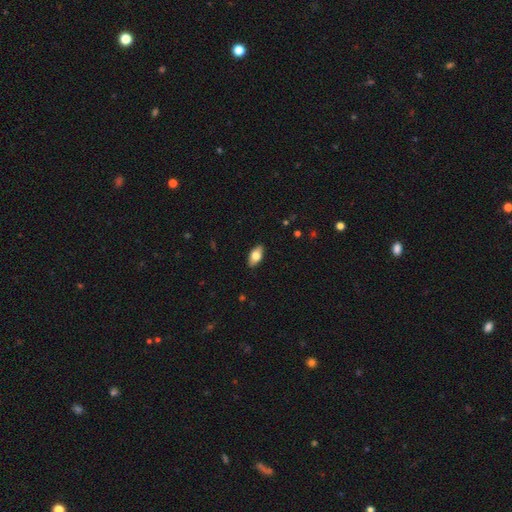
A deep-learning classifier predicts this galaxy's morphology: A smooth galaxy with no disk features (73%) that is in between round and cigar-shaped (90%). Merging: none (89%).